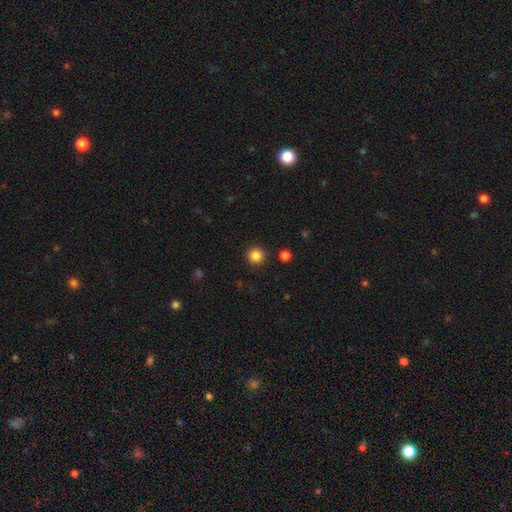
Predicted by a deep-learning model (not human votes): A smooth galaxy with no disk features (86%) that is round (94%).

Vote fractions:
- Smooth or featured? smooth: 86% / star or artifact: 11% / featured or disk: 3%
- How rounded? round: 94% / in between: 5% / cigar-shaped: 1%
- Merging? none: 91% / minor disturbance: 5% / merger: 2% / major disturbance: 2%